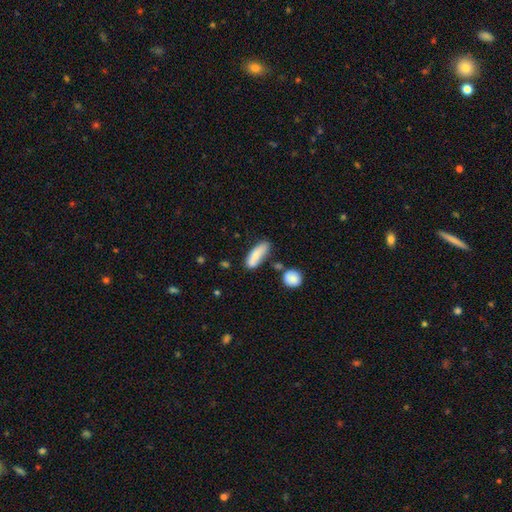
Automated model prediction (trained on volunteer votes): Q: Smooth or featured?
A: smooth (83%); runner-up: featured or disk (10%)
Q: How rounded?
A: in between (61%); runner-up: cigar-shaped (37%)
Q: Merging?
A: none (62%); runner-up: minor disturbance (23%)